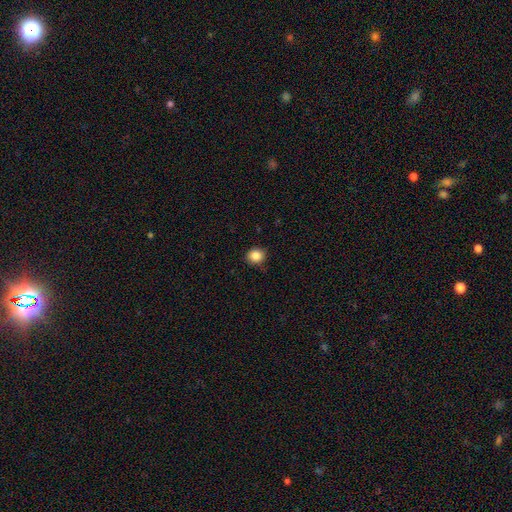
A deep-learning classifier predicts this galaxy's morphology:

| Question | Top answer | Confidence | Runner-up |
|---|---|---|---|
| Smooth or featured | smooth | 86% | star or artifact (10%) |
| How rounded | round | 80% | in between (19%) |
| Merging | none | 87% | minor disturbance (10%) |